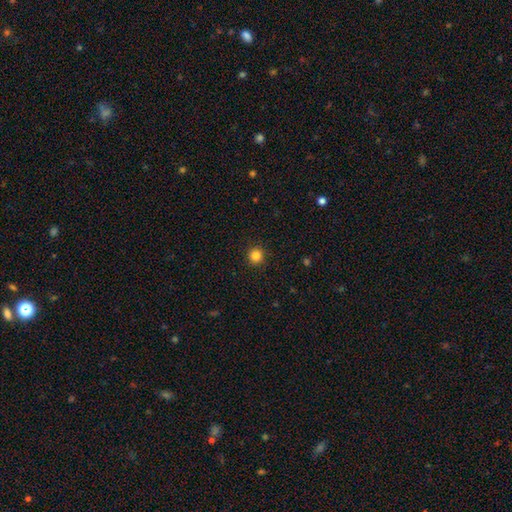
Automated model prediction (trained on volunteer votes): This appears to be a smooth galaxy with no disk features (85%) that is round (93%). Merging: none (92%).